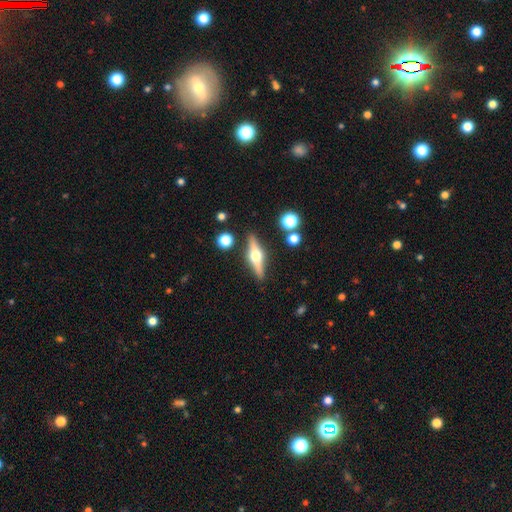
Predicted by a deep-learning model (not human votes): A featured or disk galaxy (71%) viewed edge-on (96%) with a rounded central bulge (96%).

Vote fractions:
- Smooth or featured? featured or disk: 71% / smooth: 22% / star or artifact: 7%
- Edge-on disk? yes: 96% / no: 4%
- Edge-on bulge? rounded: 96% / boxy: 3% / none: 1%
- Merging? none: 87% / minor disturbance: 8% / merger: 3% / major disturbance: 2%